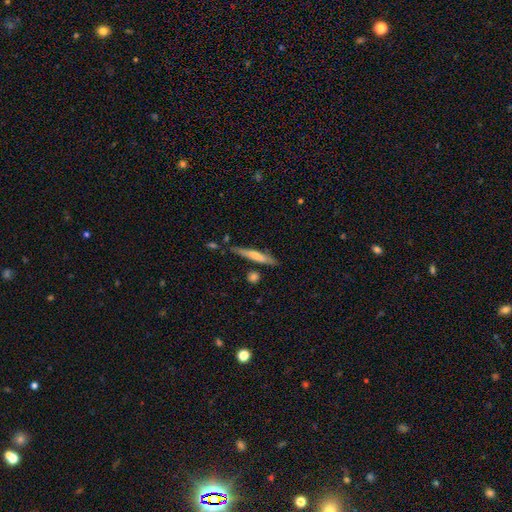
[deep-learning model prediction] This is possibly a smooth galaxy (56%). How rounded: clearly cigar-shaped (92%). Merging: likely none (76%).